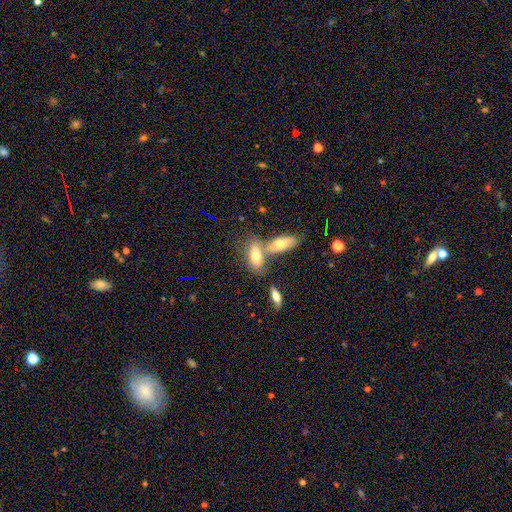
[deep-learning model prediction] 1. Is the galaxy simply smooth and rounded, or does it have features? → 69% smooth, 22% featured or disk, 9% star or artifact.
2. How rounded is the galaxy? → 79% in between, 16% cigar-shaped, 5% round.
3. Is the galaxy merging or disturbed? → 44% merger, 41% none, 11% minor disturbance, 4% major disturbance.